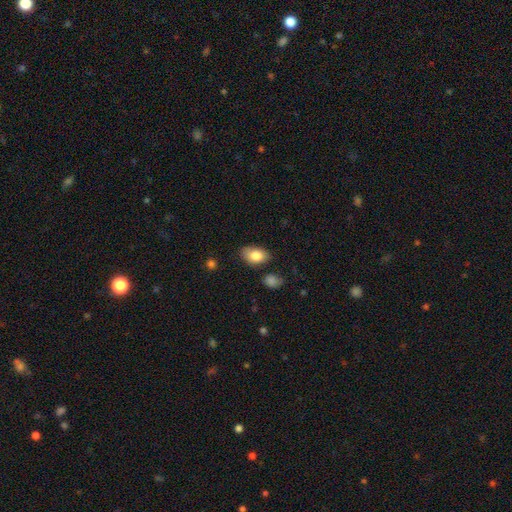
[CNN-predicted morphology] The model was most divided on "merging": none: 78%, minor disturbance: 16%, major disturbance: 3%, merger: 3%. More confident: how rounded — in between (90%); smooth or featured — smooth (82%).